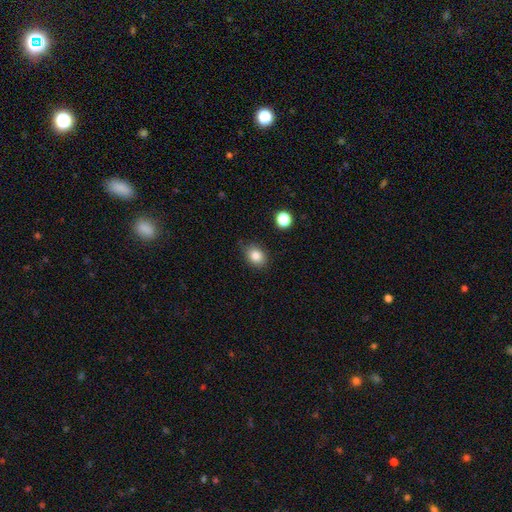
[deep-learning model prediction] smooth 83%, star or artifact 10%, featured or disk 7%. Down the decision tree: how rounded — in between (56%); merging — none (77%).